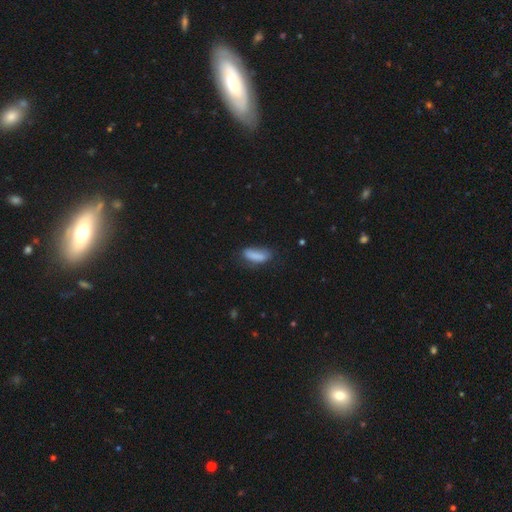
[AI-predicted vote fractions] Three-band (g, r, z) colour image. It shows a smooth galaxy with no disk features (82%) that is in between round and cigar-shaped (63%). Merging: none (58%).